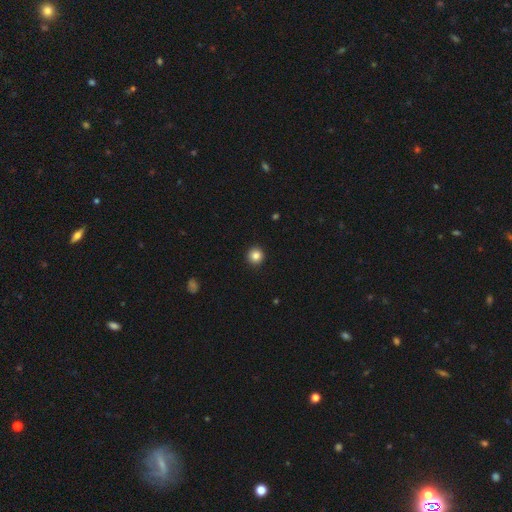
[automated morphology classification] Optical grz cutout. It shows a smooth galaxy with no disk features (85%) that is round (94%). Merging: none (93%).